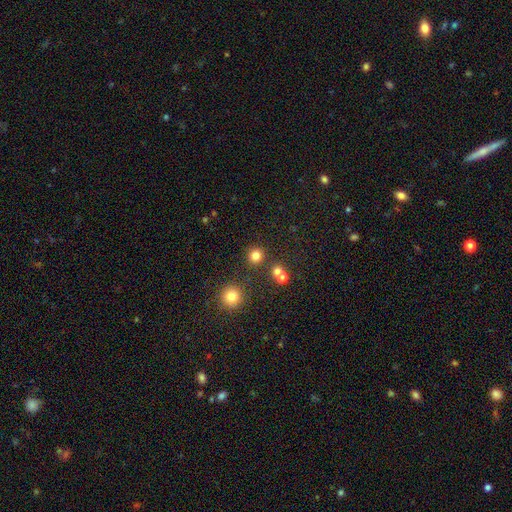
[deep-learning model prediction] Morphology: type=smooth (80%); roundness=round (92%); merging=none (83%).